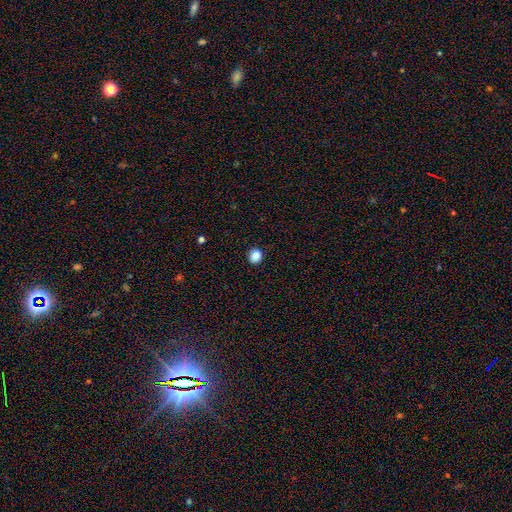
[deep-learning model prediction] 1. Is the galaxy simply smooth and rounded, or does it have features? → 87% smooth, 10% star or artifact, 3% featured or disk.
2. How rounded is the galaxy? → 71% round, 28% in between, 1% cigar-shaped.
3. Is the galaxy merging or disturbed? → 91% none, 6% minor disturbance, 2% major disturbance, 1% merger.